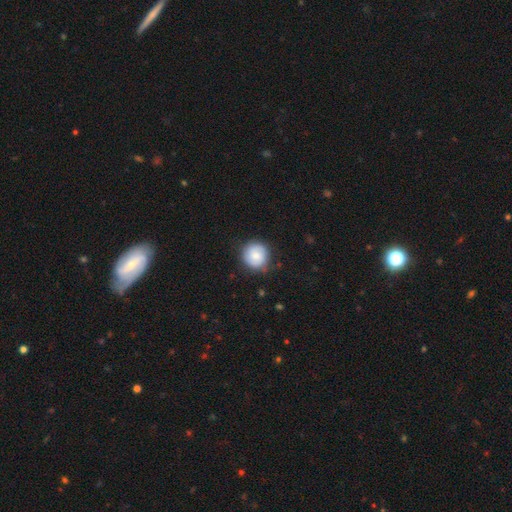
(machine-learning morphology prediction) Smooth or featured? smooth (73%)
How rounded? round (94%)
Merging? none (84%)